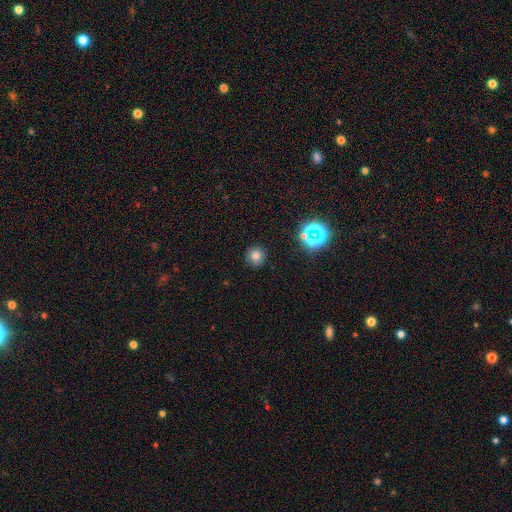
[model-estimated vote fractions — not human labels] Smooth or featured?
  - smooth: 73% *
  - star or artifact: 19%
  - featured or disk: 8%
How rounded?
  - round: 93% *
  - in between: 6%
  - cigar-shaped: 1%
Merging?
  - none: 88% *
  - minor disturbance: 8%
  - major disturbance: 3%
  - merger: 1%